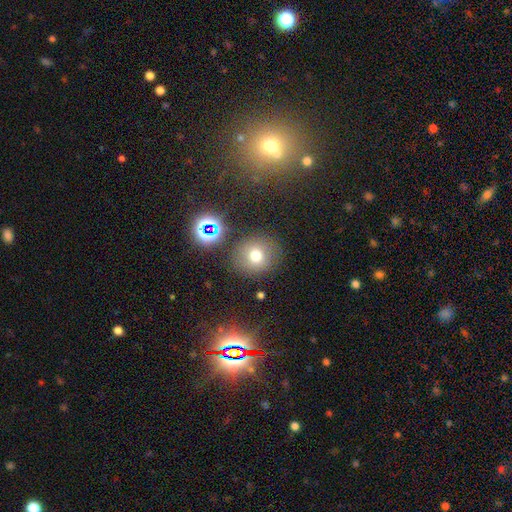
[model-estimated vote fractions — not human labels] smooth_or_featured: smooth (p=0.71) [alt: star or artifact p=0.18]
how_rounded: round (p=0.84) [alt: in between p=0.15]
merging: none (p=0.82) [alt: minor disturbance p=0.10]